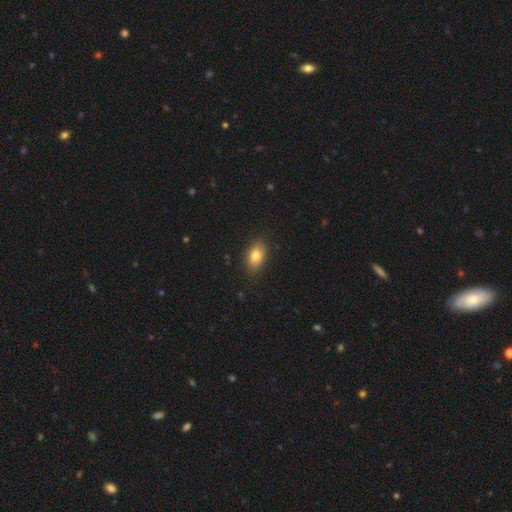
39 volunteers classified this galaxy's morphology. A smooth galaxy with no disk features (92%) that is in between round and cigar-shaped (92%). Merging: none (81%).